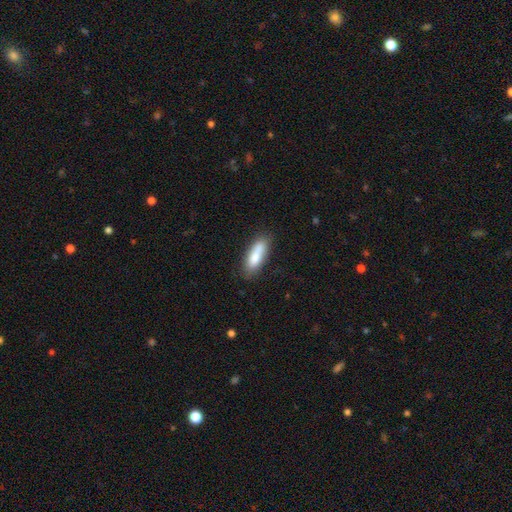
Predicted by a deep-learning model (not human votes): smooth_or_featured: smooth (p=0.80) [alt: featured or disk p=0.14]
how_rounded: in between (p=0.55) [alt: cigar-shaped p=0.43]
merging: none (p=0.72) [alt: minor disturbance p=0.18]